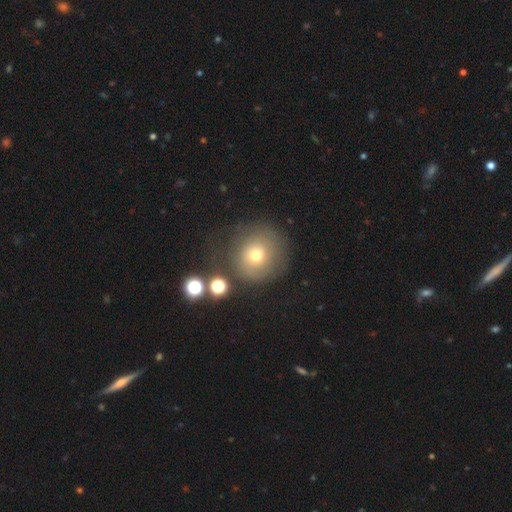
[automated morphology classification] Smooth or featured: smooth — 67% (featured or disk — 19%)
How rounded: round — 87% (in between — 12%)
Merging: none — 64% (minor disturbance — 18%)